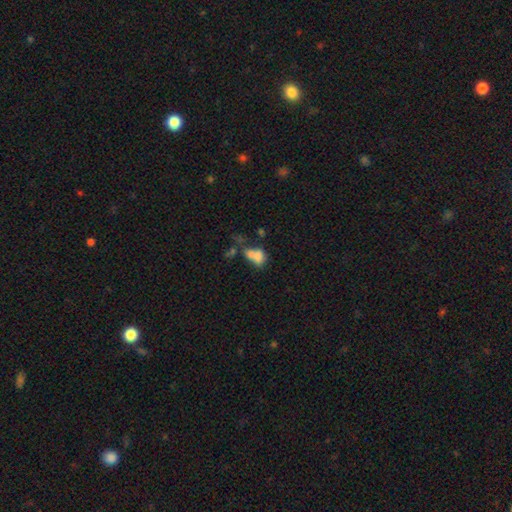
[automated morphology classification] Smooth or featured: smooth — 66% (featured or disk — 22%)
How rounded: in between — 74% (round — 23%)
Merging: merger — 55% (none — 19%)